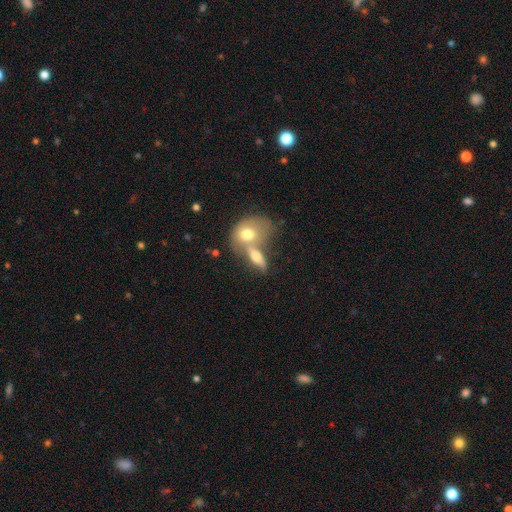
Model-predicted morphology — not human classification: smooth-or-featured: smooth: 59% | featured or disk: 32% | star or artifact: 8%
  how-rounded: in between: 73% | round: 16% | cigar-shaped: 12%
  merging: merger: 68% | none: 20% | minor disturbance: 7% | major disturbance: 5%